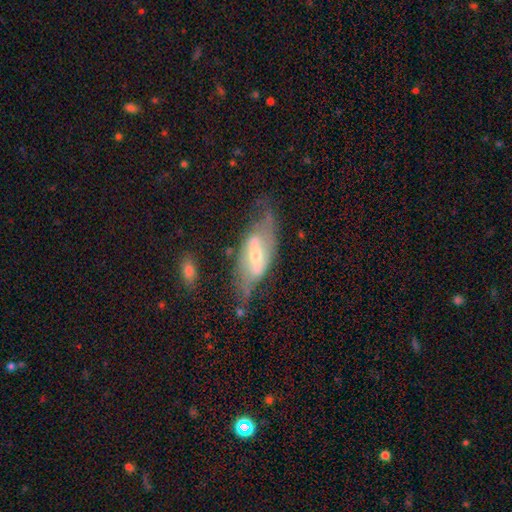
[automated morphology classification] Smooth or featured?
  - featured or disk: 79% *
  - smooth: 15%
  - star or artifact: 6%
Edge-on disk?
  - no: 87% *
  - yes: 13%
Bar?
  - strong: 46% *
  - weak: 39%
  - no: 15%
Spiral arms?
  - yes: 86% *
  - no: 14%
Spiral winding?
  - medium: 42% *
  - loose: 41%
  - tight: 17%
Spiral arm count?
  - 2: 84% *
  - can't tell: 10%
  - 1: 3%
  - 3: 1%
  - 4: 1%
  - more than 4: 1%
Bulge size?
  - moderate: 47% *
  - small: 45%
  - large: 4%
  - none: 2%
  - dominant: 1%
Merging?
  - none: 59% *
  - minor disturbance: 23%
  - major disturbance: 14%
  - merger: 4%